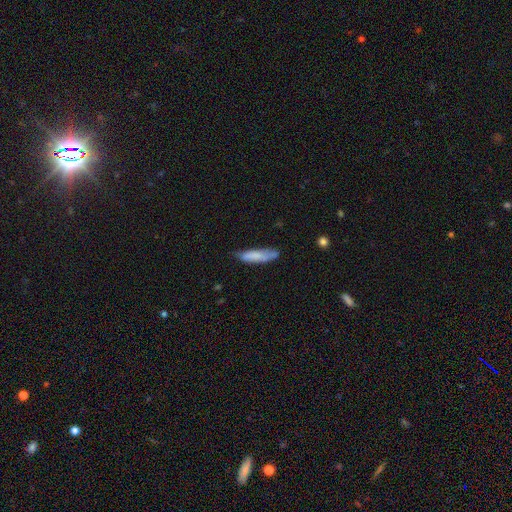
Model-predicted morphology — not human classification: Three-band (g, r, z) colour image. It shows a smooth galaxy with no disk features (74%) that is cigar-shaped (72%). Merging: none (58%).